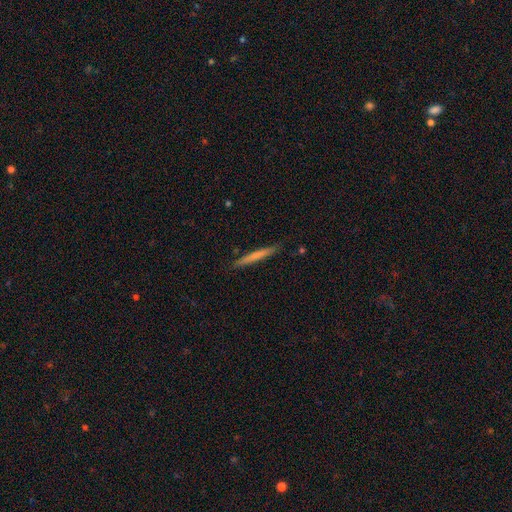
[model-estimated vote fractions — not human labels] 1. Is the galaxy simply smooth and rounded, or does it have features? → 65% smooth, 29% featured or disk, 5% star or artifact.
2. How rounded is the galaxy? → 97% cigar-shaped, 2% in between, 1% round.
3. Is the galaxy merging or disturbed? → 89% none, 8% minor disturbance, 2% major disturbance, 1% merger.